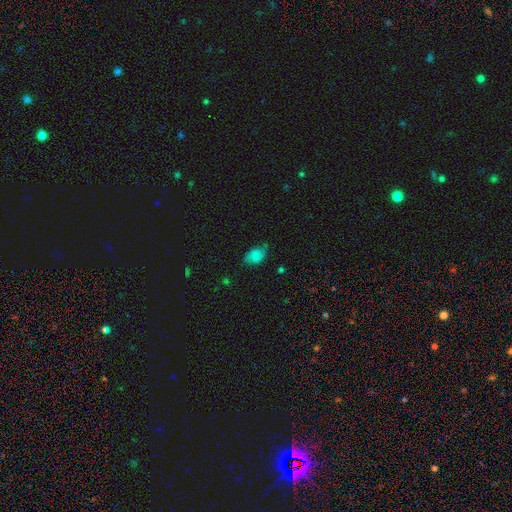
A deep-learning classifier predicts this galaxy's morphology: smooth-or-featured: smooth: 74% | featured or disk: 15% | star or artifact: 11%
  how-rounded: in between: 85% | round: 13% | cigar-shaped: 2%
  merging: none: 59% | minor disturbance: 31% | major disturbance: 8% | merger: 2%